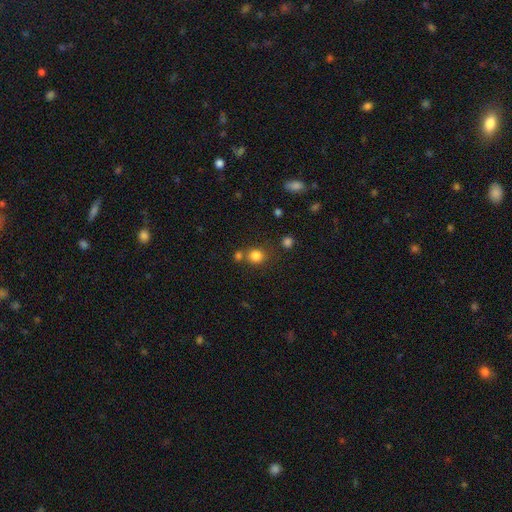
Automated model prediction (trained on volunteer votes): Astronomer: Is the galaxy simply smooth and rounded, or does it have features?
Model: smooth — 82%.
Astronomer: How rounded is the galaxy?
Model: round — 83%.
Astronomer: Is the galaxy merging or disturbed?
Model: none — 66%.